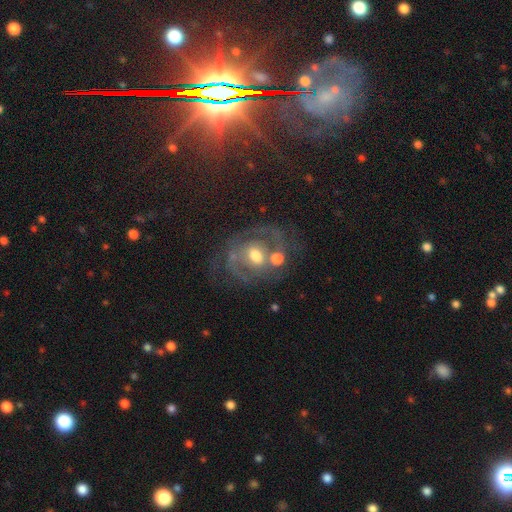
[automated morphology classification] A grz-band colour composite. It shows a featured or disk galaxy (70%) with no bar (51%), spiral arms (66%) and a moderate central bulge (70%). Merging: none (44%).